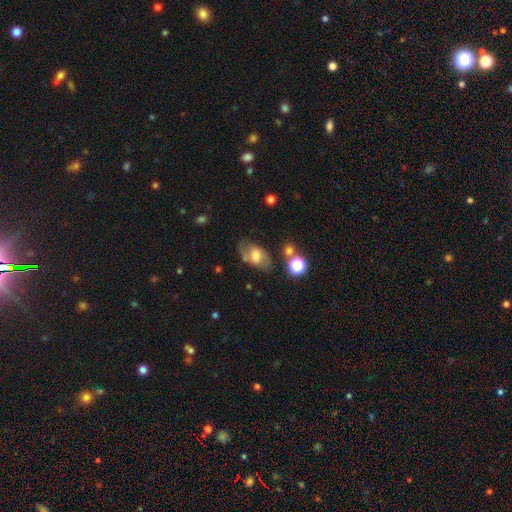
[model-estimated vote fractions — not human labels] Q: Smooth or featured?
A: featured or disk (46%); runner-up: smooth (43%)
Q: Merging?
A: none (61%); runner-up: minor disturbance (22%)